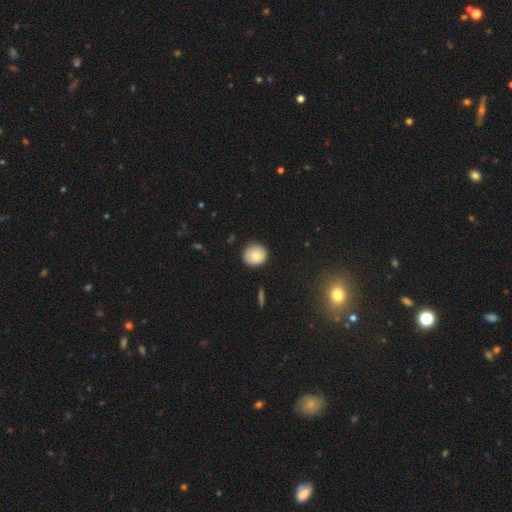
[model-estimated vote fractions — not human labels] A smooth galaxy with no disk features (78%) that is round (88%). Merging: none (87%).